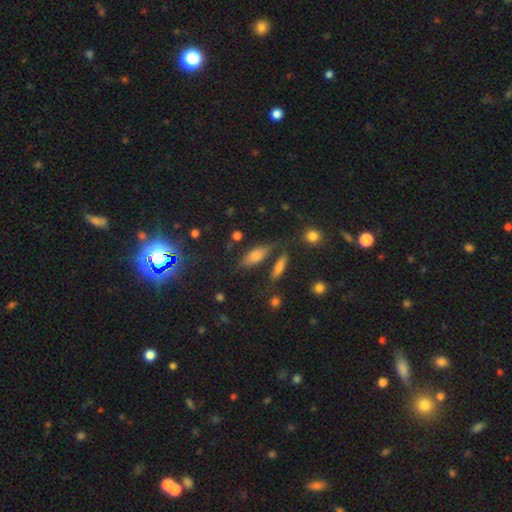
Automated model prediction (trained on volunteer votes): Smooth or featured? smooth (61%)
How rounded? in between (58%)
Merging? none (71%)